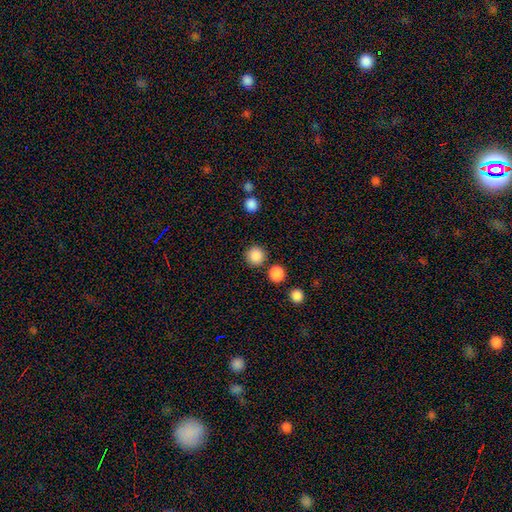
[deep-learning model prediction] Overall: smooth (87%). How rounded: round (94%). Merging: none (85%).